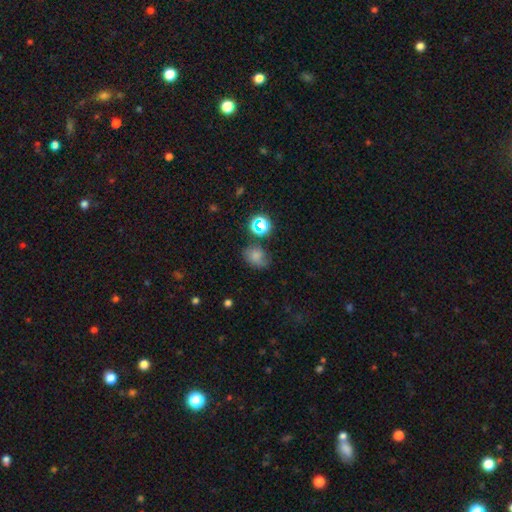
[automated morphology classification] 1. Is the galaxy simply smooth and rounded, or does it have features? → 61% smooth, 20% featured or disk, 19% star or artifact.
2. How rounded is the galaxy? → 55% in between, 44% round, 1% cigar-shaped.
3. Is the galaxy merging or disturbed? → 53% none, 28% minor disturbance, 13% major disturbance, 6% merger.